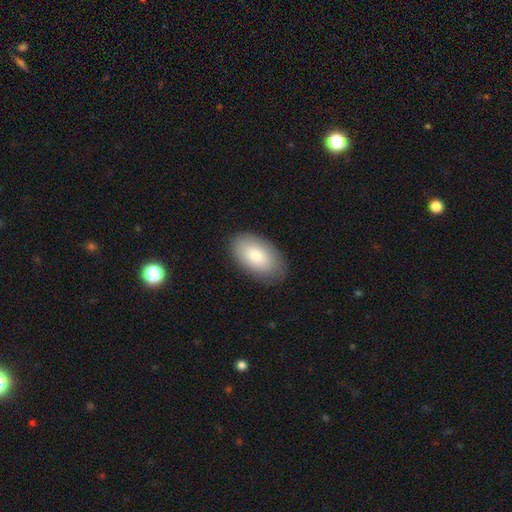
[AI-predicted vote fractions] Smooth or featured? Predicted: smooth (p=0.83). How rounded? Predicted: in between (p=0.95). Merging? Predicted: none (p=0.83).